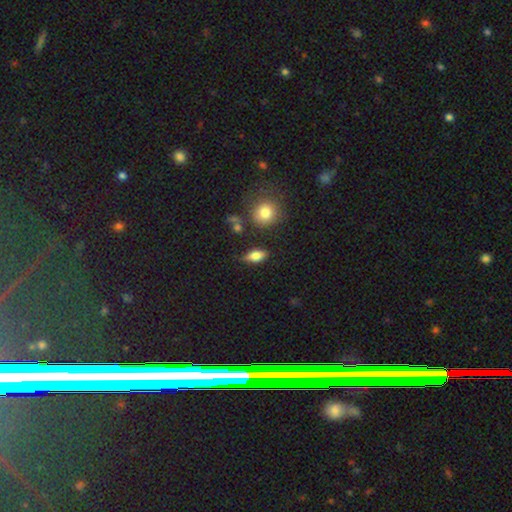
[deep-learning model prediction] Q: Smooth or featured?
A: smooth (74%); runner-up: featured or disk (17%)
Q: How rounded?
A: in between (79%); runner-up: cigar-shaped (13%)
Q: Merging?
A: none (74%); runner-up: minor disturbance (18%)